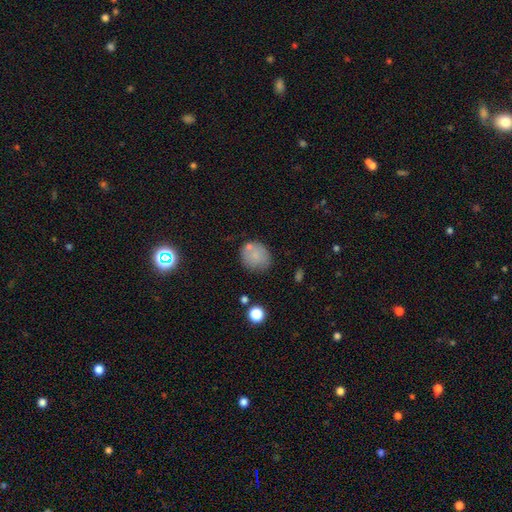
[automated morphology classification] A smooth galaxy with no disk features (79%) that is round (74%).

Vote fractions:
- Smooth or featured? smooth: 79% / featured or disk: 12% / star or artifact: 9%
- How rounded? round: 74% / in between: 25% / cigar-shaped: 1%
- Merging? none: 67% / minor disturbance: 17% / merger: 10% / major disturbance: 5%